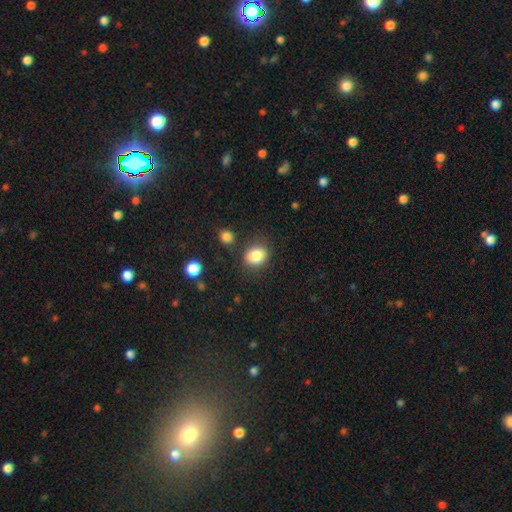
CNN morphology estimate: smooth_or_featured: smooth (p=0.84) [alt: star or artifact p=0.10]
how_rounded: round (p=0.61) [alt: in between p=0.38]
merging: none (p=0.78) [alt: minor disturbance p=0.12]